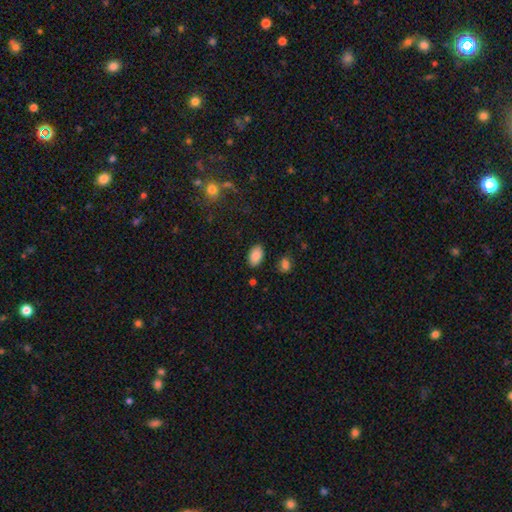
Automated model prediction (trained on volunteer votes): smooth 87%, star or artifact 8%, featured or disk 5%. Down the decision tree: how rounded — in between (93%); merging — none (86%).